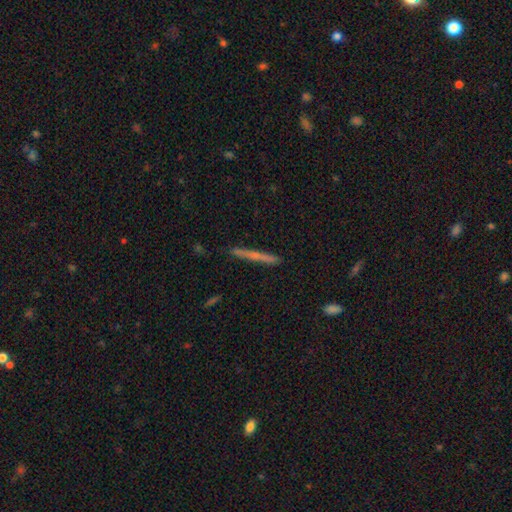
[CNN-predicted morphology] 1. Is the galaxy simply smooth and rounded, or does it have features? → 47% smooth, 45% featured or disk, 8% star or artifact.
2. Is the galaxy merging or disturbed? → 89% none, 8% minor disturbance, 2% major disturbance, 1% merger.